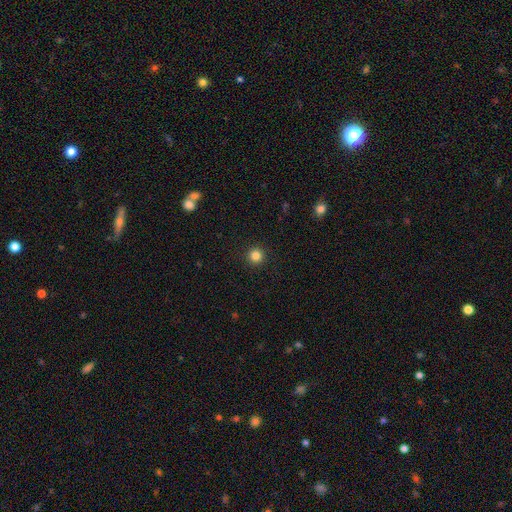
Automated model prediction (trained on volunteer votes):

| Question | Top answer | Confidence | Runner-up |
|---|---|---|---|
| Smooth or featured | smooth | 83% | star or artifact (12%) |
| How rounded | round | 96% | in between (3%) |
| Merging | none | 93% | minor disturbance (4%) |